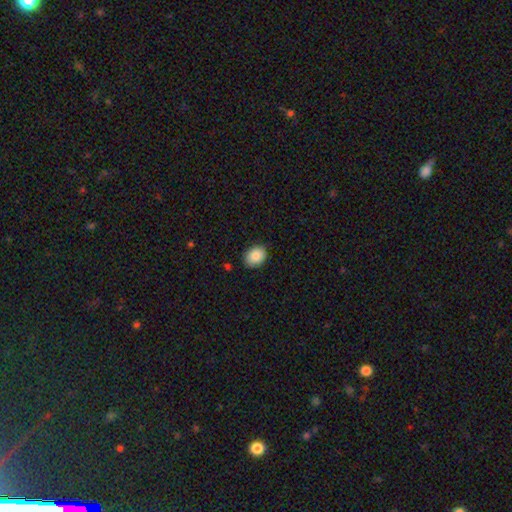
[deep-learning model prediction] Smooth or featured? smooth (88%)
How rounded? in between (64%)
Merging? none (84%)